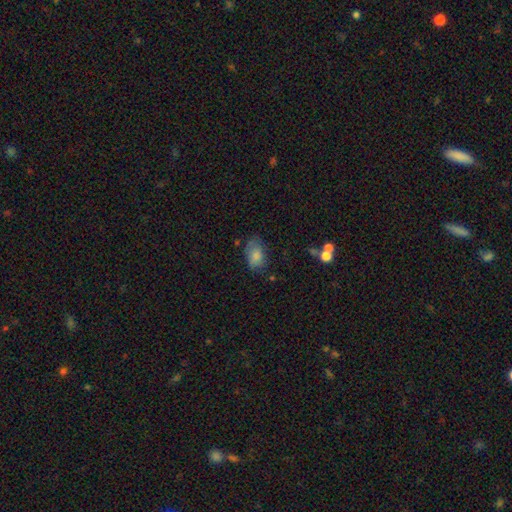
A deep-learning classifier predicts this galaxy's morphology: Smooth or featured: smooth — 81% (featured or disk — 11%)
How rounded: in between — 89% (round — 10%)
Merging: none — 58% (minor disturbance — 29%)